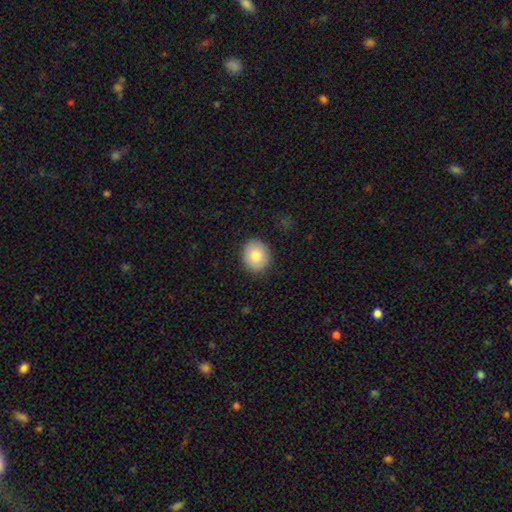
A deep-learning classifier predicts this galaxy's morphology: Smooth or featured: smooth — 83% (featured or disk — 10%)
How rounded: round — 73% (in between — 26%)
Merging: none — 89% (minor disturbance — 8%)